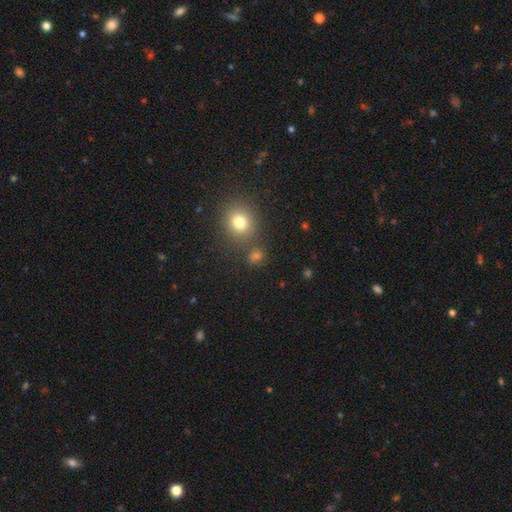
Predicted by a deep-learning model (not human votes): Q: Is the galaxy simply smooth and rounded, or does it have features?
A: smooth — 68%.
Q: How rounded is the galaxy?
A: round — 78%.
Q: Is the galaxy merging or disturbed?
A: none — 75%.